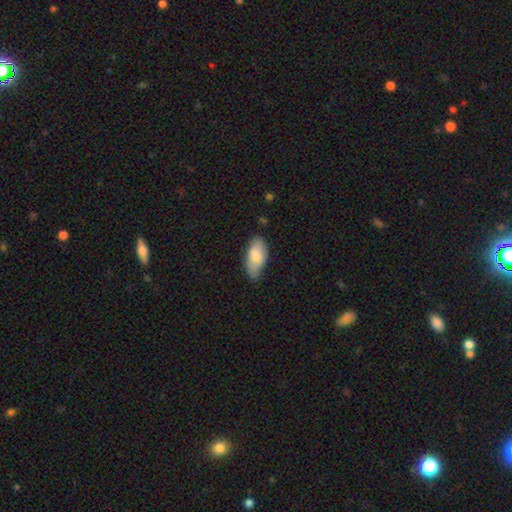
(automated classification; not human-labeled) Morphology: type=smooth (80%); roundness=in between (90%); merging=none (64%).